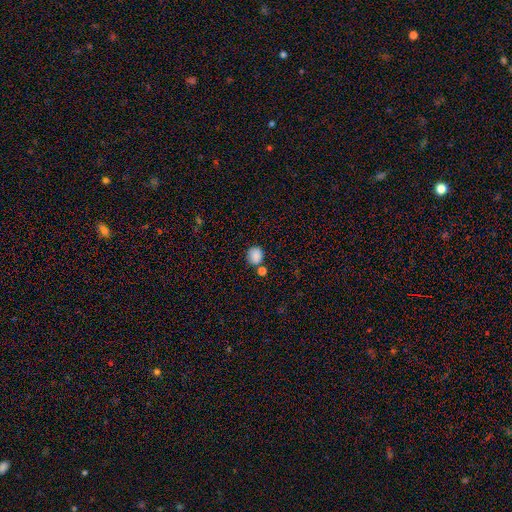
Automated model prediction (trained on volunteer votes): A smooth galaxy with no disk features (85%) that is round (79%).

Vote fractions:
- Smooth or featured? smooth: 85% / star or artifact: 10% / featured or disk: 5%
- How rounded? round: 79% / in between: 20% / cigar-shaped: 1%
- Merging? none: 66% / merger: 17% / minor disturbance: 14% / major disturbance: 4%